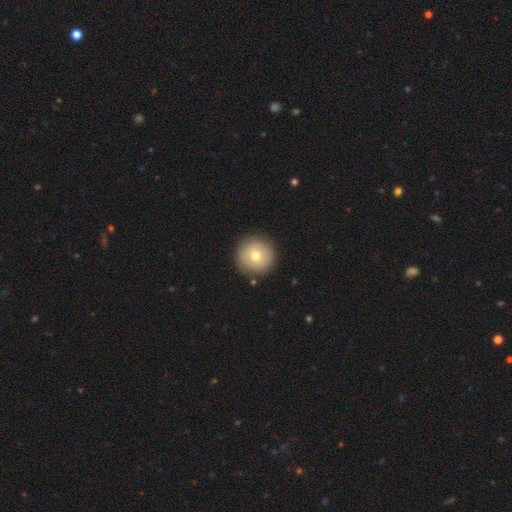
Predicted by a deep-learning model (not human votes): Smooth or featured? smooth (70%)
How rounded? round (95%)
Merging? none (89%)